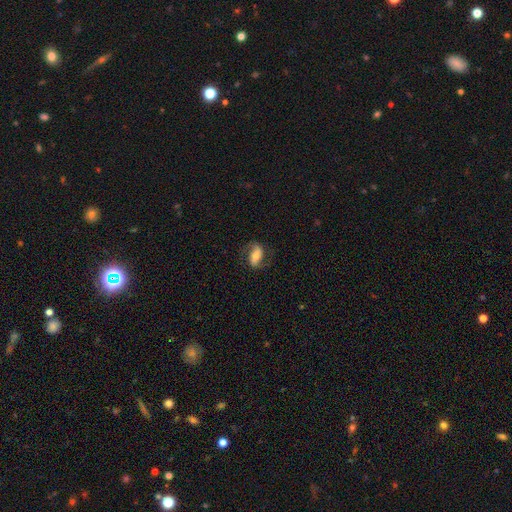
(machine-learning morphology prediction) A featured or disk galaxy (69%) with a strong bar (39%), 2 (89%) loose (43%) spiral arms (92%) and a moderate central bulge (52%). Merging: none (74%).